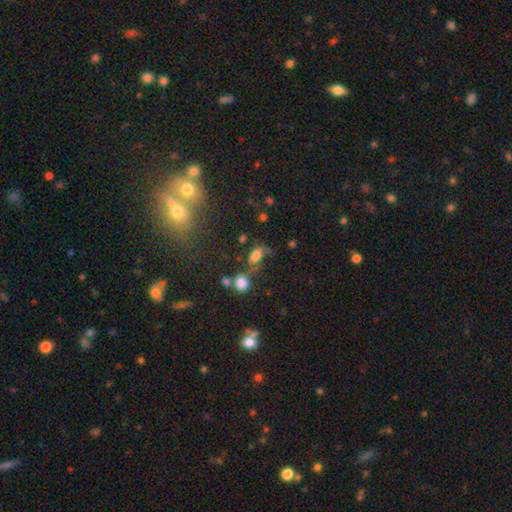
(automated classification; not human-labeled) The model was most divided on "merging": none: 46%, minor disturbance: 23%, major disturbance: 16%, merger: 15%. More confident: how rounded — in between (84%); smooth or featured — smooth (72%).